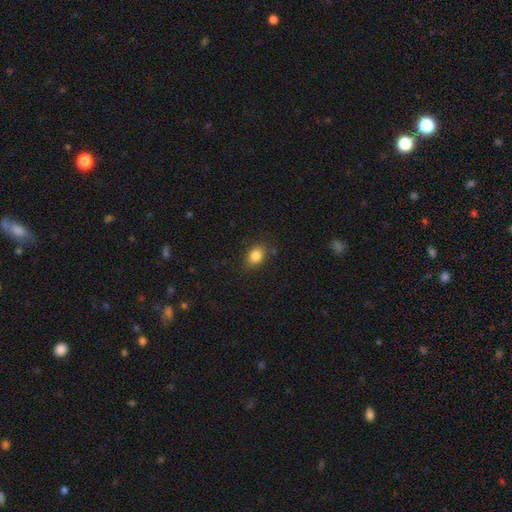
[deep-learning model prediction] Smooth or featured? Predicted: smooth (p=0.84). How rounded? Predicted: in between (p=0.73). Merging? Predicted: none (p=0.83).